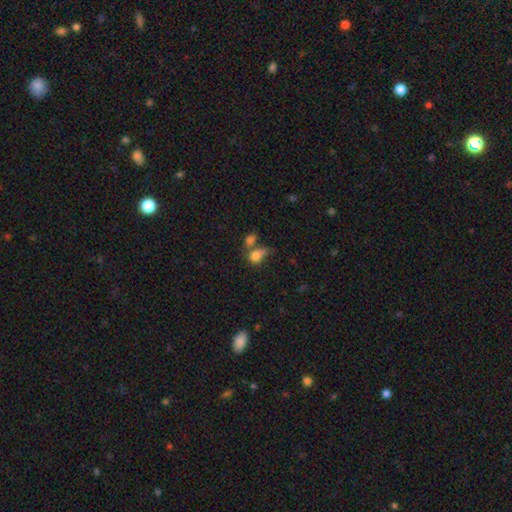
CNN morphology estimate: smooth_or_featured: smooth (p=0.75) [alt: featured or disk p=0.13]
how_rounded: in between (p=0.56) [alt: round p=0.41]
merging: merger (p=0.44) [alt: none p=0.25]